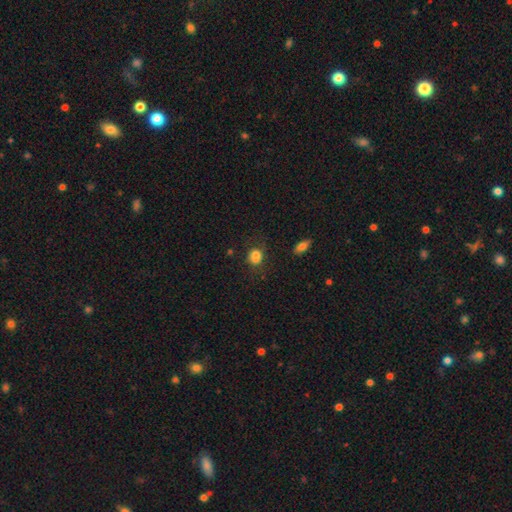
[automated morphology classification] smooth_or_featured: smooth (p=0.80) [alt: star or artifact p=0.12]
how_rounded: round (p=0.59) [alt: in between p=0.40]
merging: none (p=0.58) [alt: minor disturbance p=0.22]